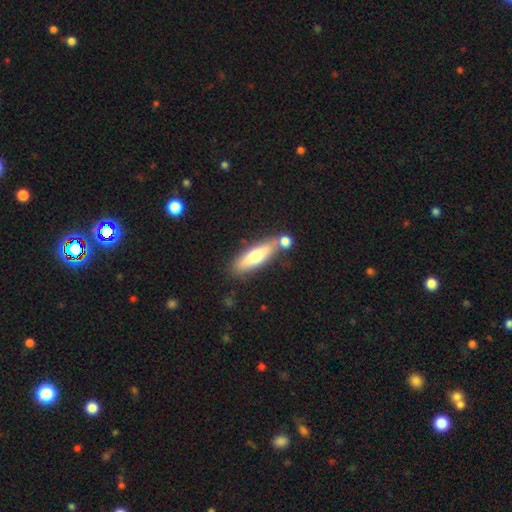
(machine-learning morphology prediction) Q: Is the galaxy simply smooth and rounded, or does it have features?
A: smooth — 59%.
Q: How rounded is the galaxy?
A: cigar-shaped — 68%.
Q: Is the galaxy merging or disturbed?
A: none — 68%.